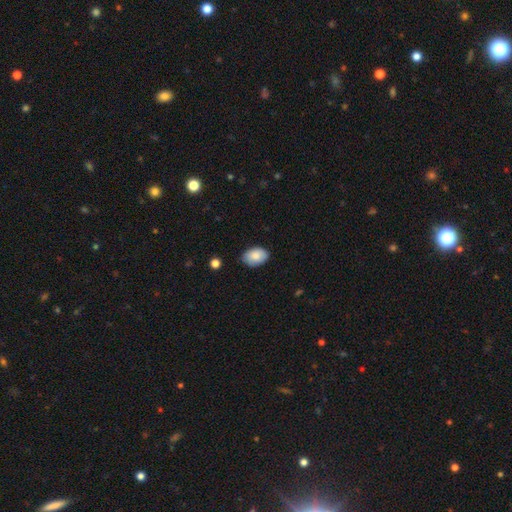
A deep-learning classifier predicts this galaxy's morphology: A smooth galaxy with no disk features (85%) that is in between round and cigar-shaped (87%).

Vote fractions:
- Smooth or featured? smooth: 85% / featured or disk: 9% / star or artifact: 7%
- How rounded? in between: 87% / round: 12% / cigar-shaped: 1%
- Merging? none: 78% / minor disturbance: 18% / major disturbance: 3% / merger: 1%